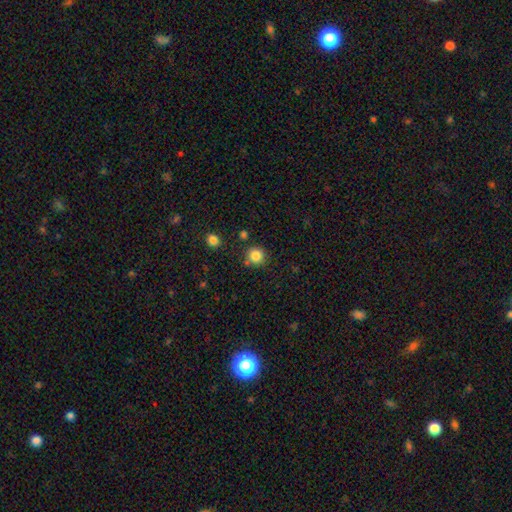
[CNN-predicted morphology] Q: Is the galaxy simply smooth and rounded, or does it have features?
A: smooth — 85%.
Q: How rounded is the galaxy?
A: round — 92%.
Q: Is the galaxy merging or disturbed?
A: none — 81%.